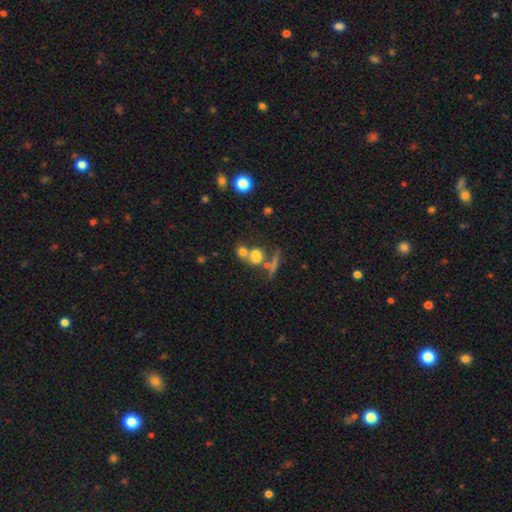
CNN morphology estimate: Smooth or featured? smooth (68%)
How rounded? round (68%)
Merging? merger (49%)